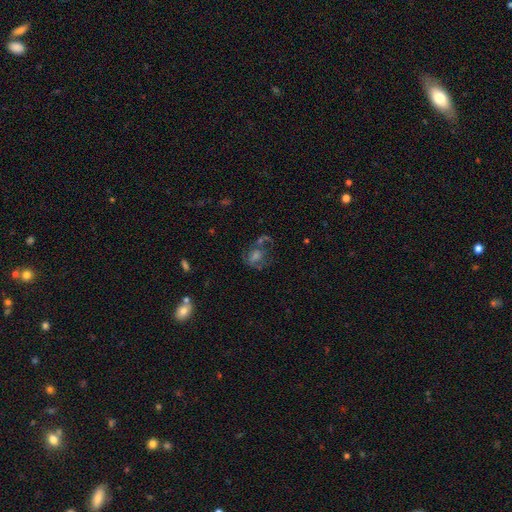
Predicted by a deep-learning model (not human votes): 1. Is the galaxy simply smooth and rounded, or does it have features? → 44% featured or disk, 30% smooth, 26% star or artifact.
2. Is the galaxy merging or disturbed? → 47% none, 22% major disturbance, 18% minor disturbance, 13% merger.